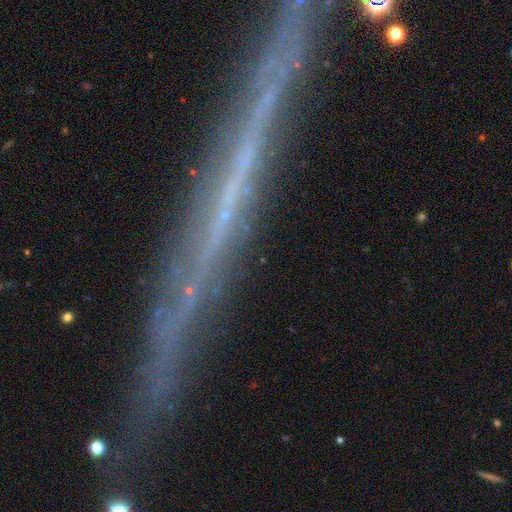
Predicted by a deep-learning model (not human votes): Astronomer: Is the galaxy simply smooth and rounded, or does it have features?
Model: featured or disk — 72%.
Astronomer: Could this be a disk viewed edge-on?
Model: yes — 92%.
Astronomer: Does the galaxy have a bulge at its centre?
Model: none — 79%.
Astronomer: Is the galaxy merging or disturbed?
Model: none — 81%.